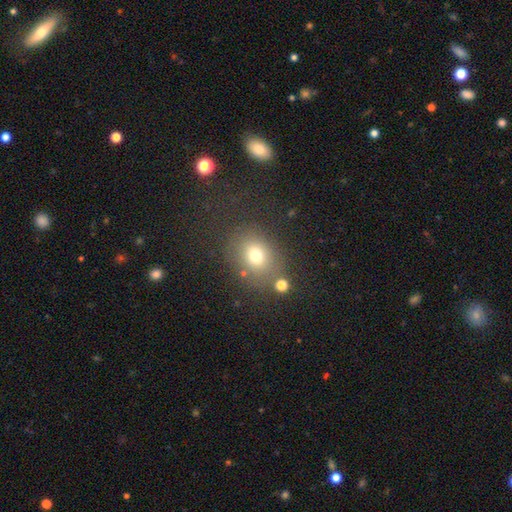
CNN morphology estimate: smooth_or_featured: smooth (p=0.73) [alt: star or artifact p=0.16]
how_rounded: round (p=0.52) [alt: in between p=0.47]
merging: none (p=0.73) [alt: minor disturbance p=0.13]